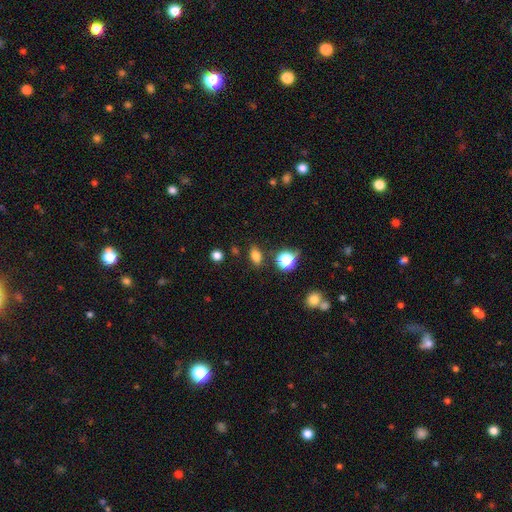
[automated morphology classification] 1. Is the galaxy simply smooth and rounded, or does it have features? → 77% smooth, 15% star or artifact, 8% featured or disk.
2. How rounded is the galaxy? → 77% in between, 18% round, 5% cigar-shaped.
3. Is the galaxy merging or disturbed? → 83% none, 11% minor disturbance, 4% merger, 3% major disturbance.